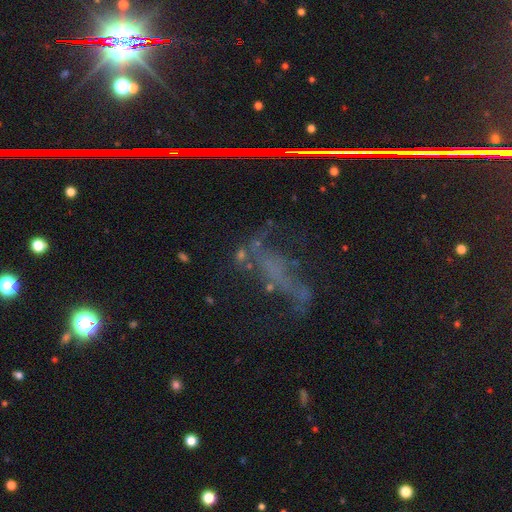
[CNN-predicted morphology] Smooth or featured? Predicted: star or artifact (p=0.43).